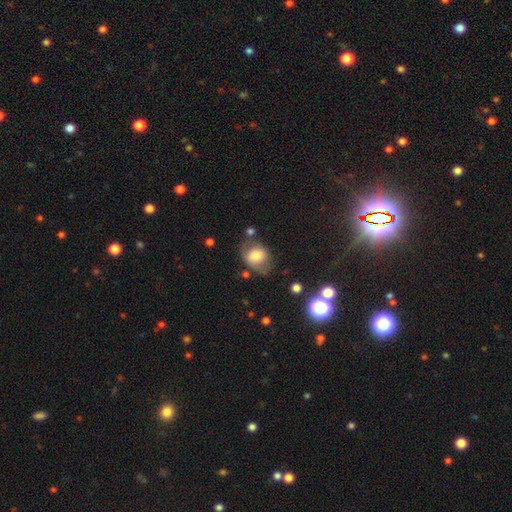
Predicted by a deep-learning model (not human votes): A smooth galaxy with no disk features (68%) that is in between round and cigar-shaped (53%).

Vote fractions:
- Smooth or featured? smooth: 68% / featured or disk: 22% / star or artifact: 10%
- How rounded? in between: 53% / round: 46% / cigar-shaped: 1%
- Merging? none: 51% / minor disturbance: 28% / major disturbance: 15% / merger: 6%